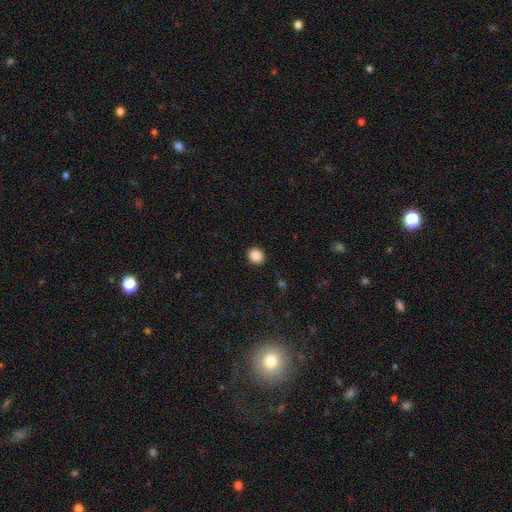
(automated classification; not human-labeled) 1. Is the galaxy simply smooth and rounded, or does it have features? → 88% smooth, 9% star or artifact, 3% featured or disk.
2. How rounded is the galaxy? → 79% round, 20% in between, 1% cigar-shaped.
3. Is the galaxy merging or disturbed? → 91% none, 6% minor disturbance, 2% major disturbance, 1% merger.